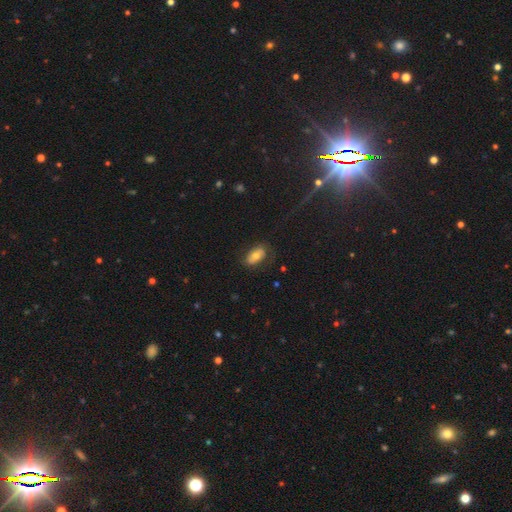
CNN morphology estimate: smooth_or_featured: smooth (p=0.65) [alt: featured or disk p=0.26]
how_rounded: in between (p=0.90) [alt: round p=0.05]
merging: none (p=0.68) [alt: minor disturbance p=0.19]